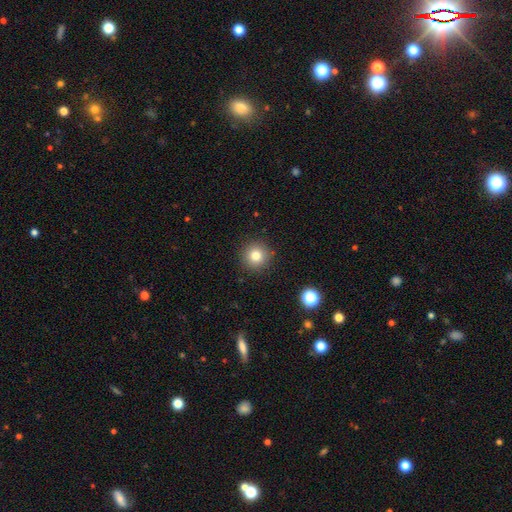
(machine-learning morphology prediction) type=smooth (80%); roundness=round (95%); merging=none (90%).